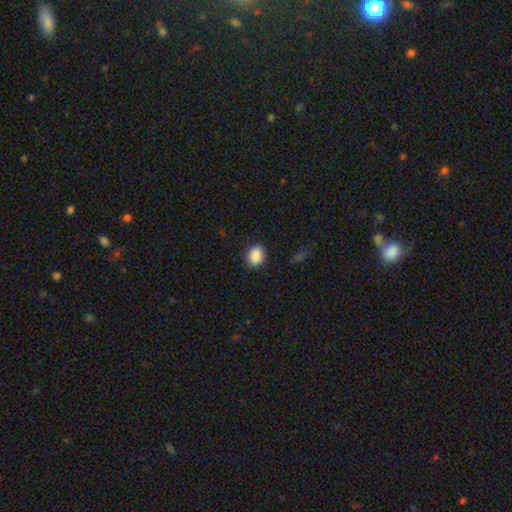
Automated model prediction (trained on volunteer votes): The model was most divided on "how rounded": in between: 63%, round: 36%, cigar-shaped: 1%. More confident: smooth or featured — smooth (89%); merging — none (87%).